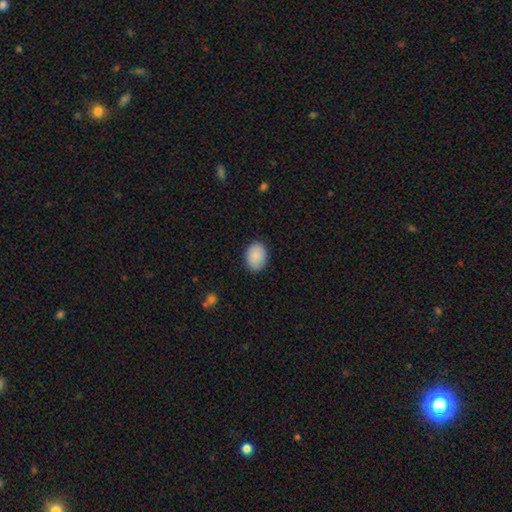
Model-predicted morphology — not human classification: Smooth or featured? Predicted: smooth (p=0.89). How rounded? Predicted: in between (p=0.71). Merging? Predicted: none (p=0.88).